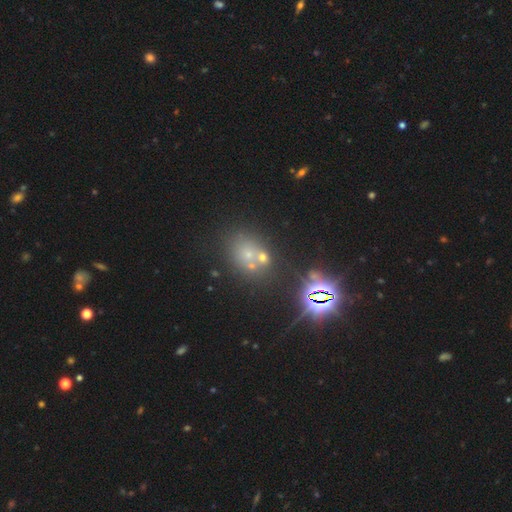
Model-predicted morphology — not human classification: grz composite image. It shows a star or artifact, not a galaxy (44%).